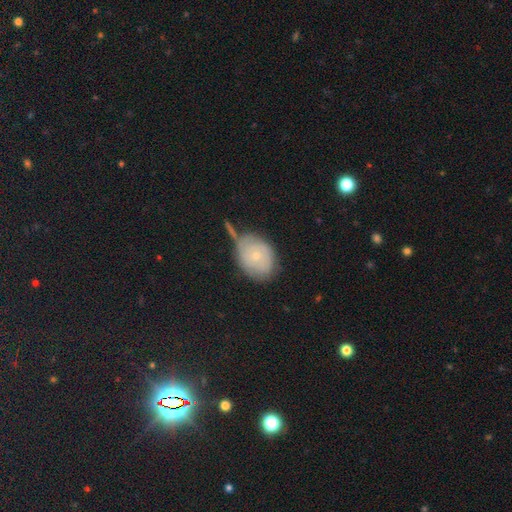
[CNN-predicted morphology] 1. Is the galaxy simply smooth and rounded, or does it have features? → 50% smooth, 41% featured or disk, 10% star or artifact.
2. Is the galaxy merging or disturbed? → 51% none, 26% minor disturbance, 13% merger, 10% major disturbance.